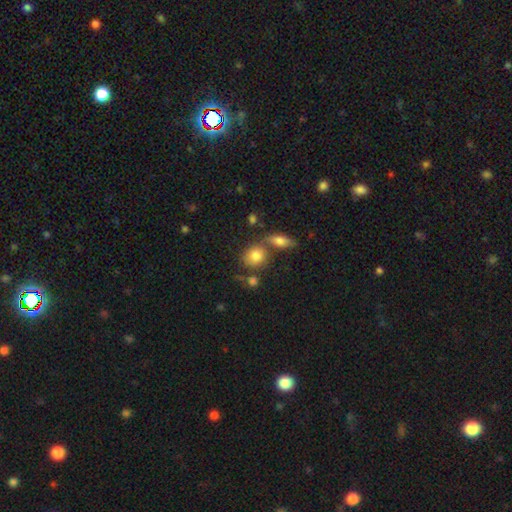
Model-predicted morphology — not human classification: This appears to be a smooth galaxy with no disk features (80%) that is round (63%). Merging: none (54%).